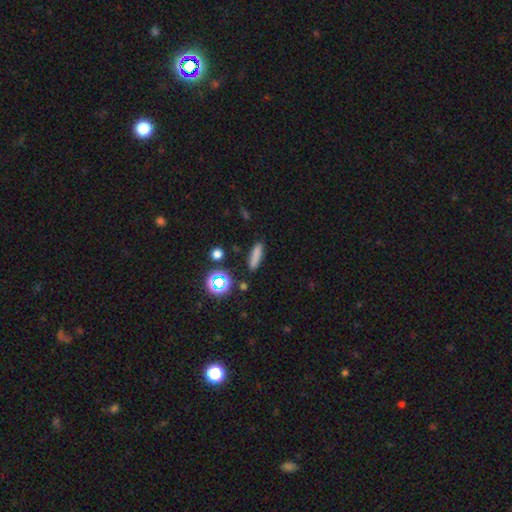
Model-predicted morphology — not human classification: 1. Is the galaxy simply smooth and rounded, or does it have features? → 76% smooth, 14% star or artifact, 9% featured or disk.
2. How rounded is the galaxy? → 74% cigar-shaped, 21% in between, 4% round.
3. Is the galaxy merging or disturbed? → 86% none, 9% minor disturbance, 3% merger, 3% major disturbance.